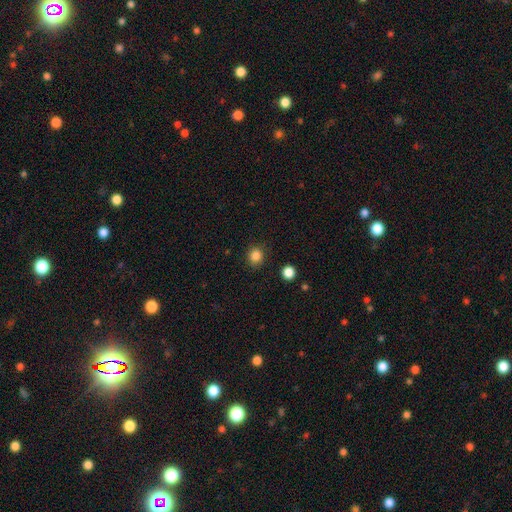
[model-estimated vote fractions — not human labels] This is clearly a smooth galaxy (85%). How rounded: clearly round (84%). Merging: clearly none (89%).